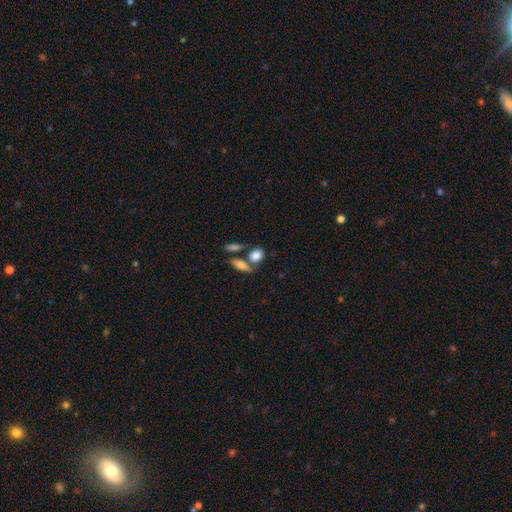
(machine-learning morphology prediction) Smooth or featured: smooth — 81% (featured or disk — 12%)
How rounded: in between — 55% (round — 40%)
Merging: none — 54% (merger — 30%)